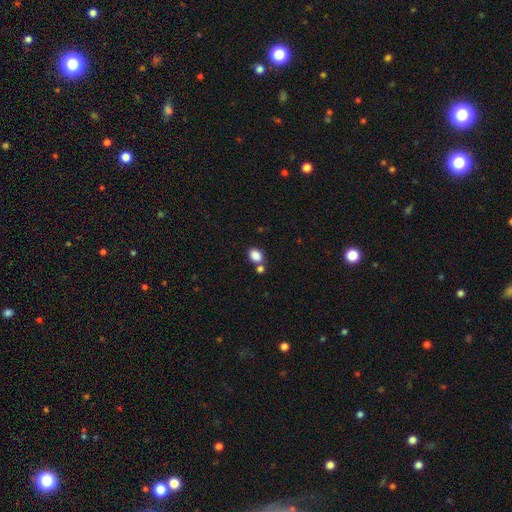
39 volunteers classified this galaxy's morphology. Overall: smooth (90%). How rounded: in between (69%; round 31%). Merging: none (61%; merger 25%).